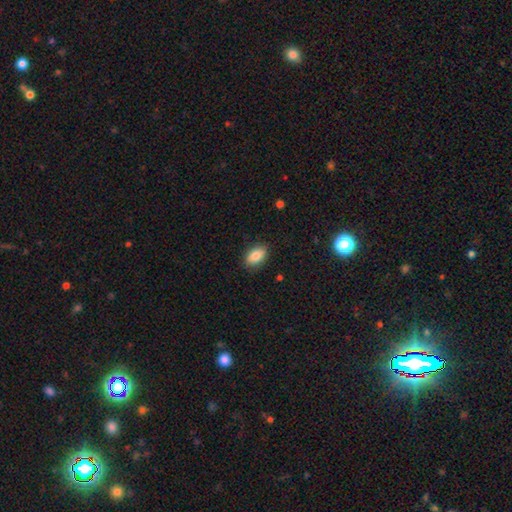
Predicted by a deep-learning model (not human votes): A smooth galaxy with no disk features (84%) that is in between round and cigar-shaped (88%).

Vote fractions:
- Smooth or featured? smooth: 84% / featured or disk: 9% / star or artifact: 8%
- How rounded? in between: 88% / round: 10% / cigar-shaped: 2%
- Merging? none: 86% / minor disturbance: 10% / major disturbance: 2% / merger: 1%